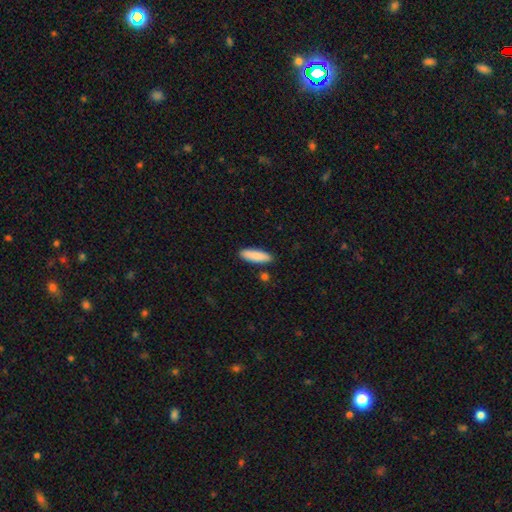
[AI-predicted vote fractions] Morphology: type=smooth (88%); roundness=cigar-shaped (60%); merging=none (85%).